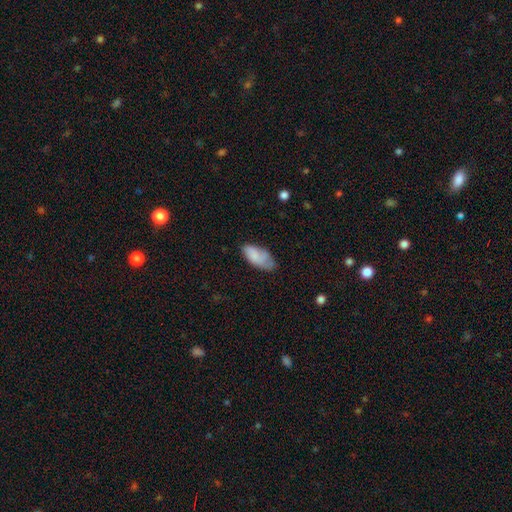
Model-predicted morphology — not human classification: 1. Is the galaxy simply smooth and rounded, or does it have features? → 76% smooth, 18% featured or disk, 7% star or artifact.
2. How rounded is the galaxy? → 92% in between, 5% cigar-shaped, 2% round.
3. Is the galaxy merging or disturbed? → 52% none, 34% minor disturbance, 11% major disturbance, 2% merger.